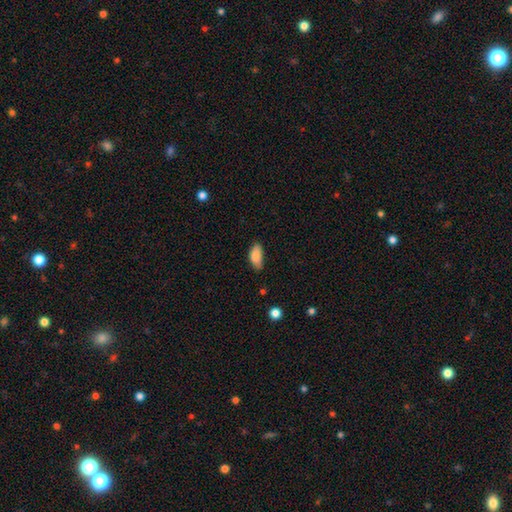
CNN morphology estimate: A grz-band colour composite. It shows a smooth galaxy with no disk features (86%) that is in between round and cigar-shaped (90%). Merging: none (61%).